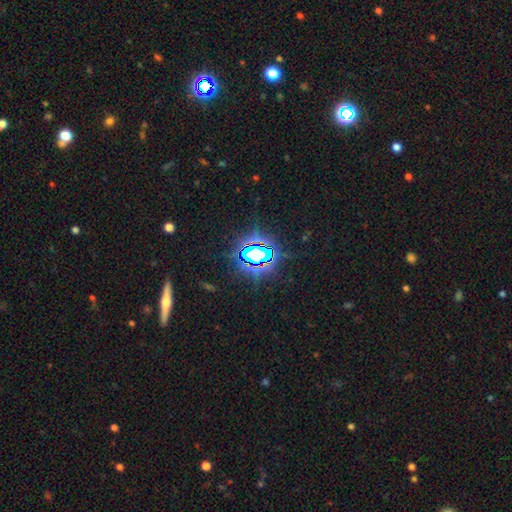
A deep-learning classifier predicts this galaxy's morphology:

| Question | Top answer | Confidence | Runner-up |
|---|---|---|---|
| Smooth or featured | star or artifact | 77% | smooth (12%) |